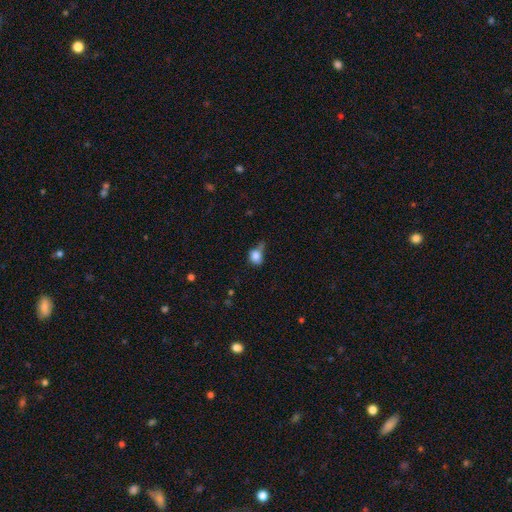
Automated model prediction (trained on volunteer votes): This is likely a smooth galaxy (79%). How rounded: possibly round (55%). Merging: marginally minor disturbance (36%).